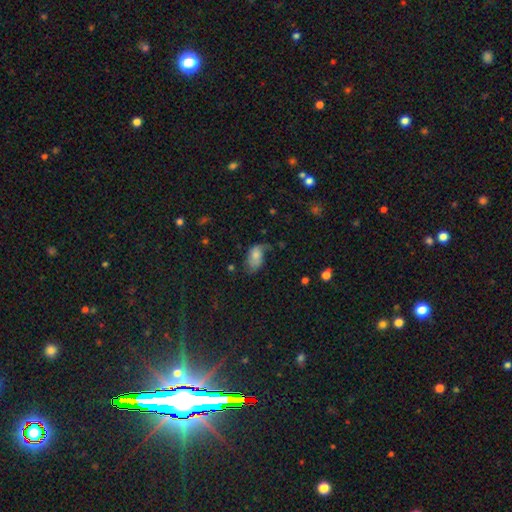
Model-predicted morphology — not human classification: smooth_or_featured: smooth (p=0.67) [alt: featured or disk p=0.24]
how_rounded: in between (p=0.91) [alt: round p=0.06]
merging: minor disturbance (p=0.34) [alt: major disturbance p=0.31]